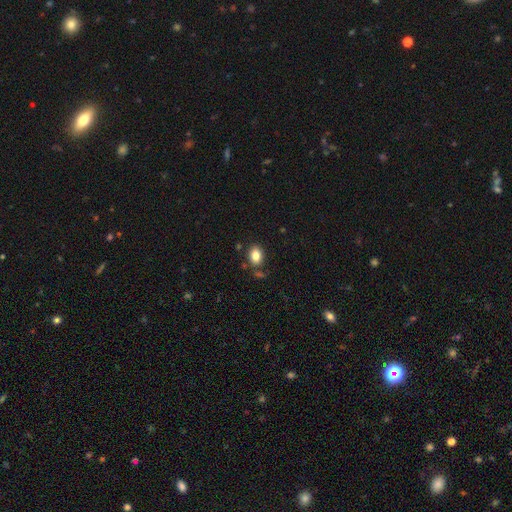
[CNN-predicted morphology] Smooth or featured? Predicted: smooth (p=0.84). How rounded? Predicted: in between (p=0.74). Merging? Predicted: none (p=0.78).